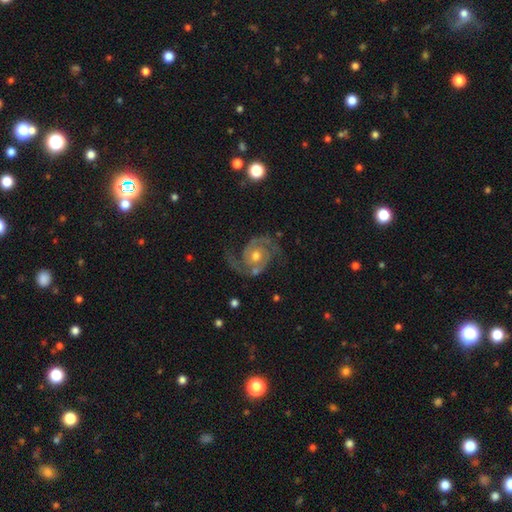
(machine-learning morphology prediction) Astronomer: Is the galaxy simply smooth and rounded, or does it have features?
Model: featured or disk — 92%.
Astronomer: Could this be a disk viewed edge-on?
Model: no — 98%.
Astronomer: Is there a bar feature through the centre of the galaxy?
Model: no — 69%.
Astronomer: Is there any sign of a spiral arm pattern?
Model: yes — 98%.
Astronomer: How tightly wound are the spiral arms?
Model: medium — 52% (runner-up: tight, 36%).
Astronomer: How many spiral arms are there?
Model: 2 — 92%.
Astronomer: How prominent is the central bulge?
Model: moderate — 69%.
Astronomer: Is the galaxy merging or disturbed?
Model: none — 77%.